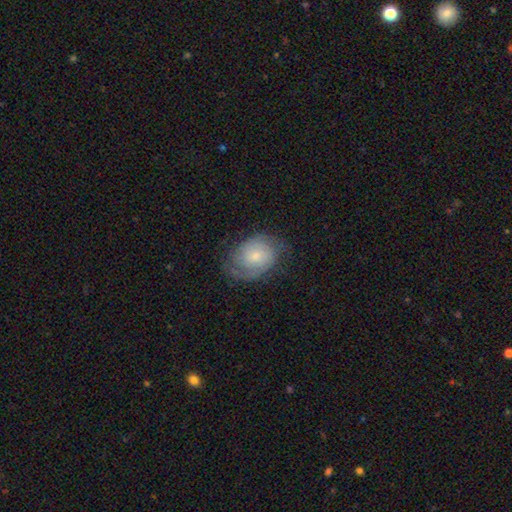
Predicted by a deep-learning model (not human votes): The model was most divided on "spiral winding": tight: 48%, medium: 37%, loose: 15%. More confident: edge-on disk — no (97%); spiral arms — yes (89%); bar — no (73%); merging — none (67%); spiral arm count — 2 (66%); smooth or featured — featured or disk (63%); bulge size — small (55%).